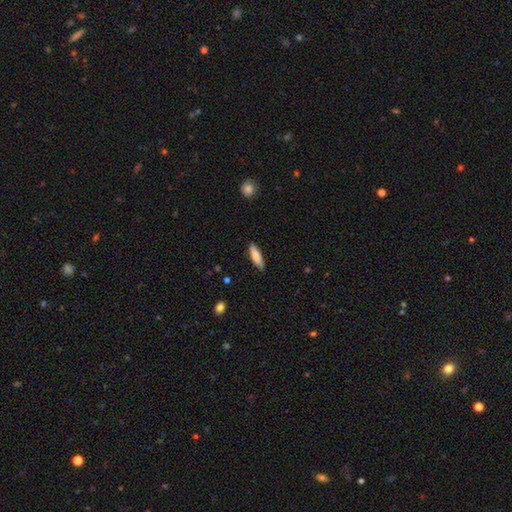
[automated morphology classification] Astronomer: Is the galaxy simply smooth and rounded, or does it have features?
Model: smooth — 80%.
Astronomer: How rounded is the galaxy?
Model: cigar-shaped — 59% (runner-up: in between, 39%).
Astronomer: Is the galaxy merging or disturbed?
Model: none — 85%.